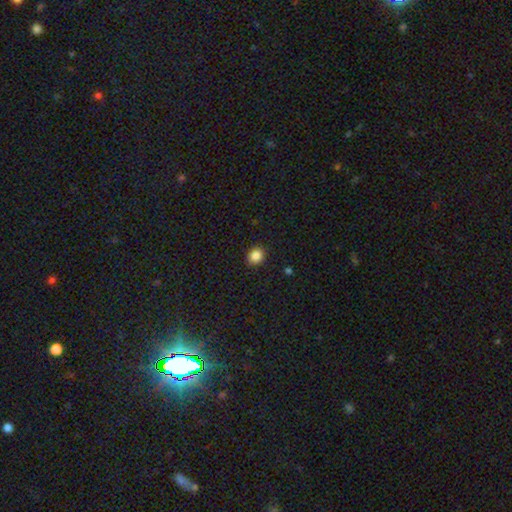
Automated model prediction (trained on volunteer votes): smooth_or_featured: smooth (p=0.86) [alt: star or artifact p=0.11]
how_rounded: round (p=0.73) [alt: in between p=0.26]
merging: none (p=0.90) [alt: minor disturbance p=0.08]